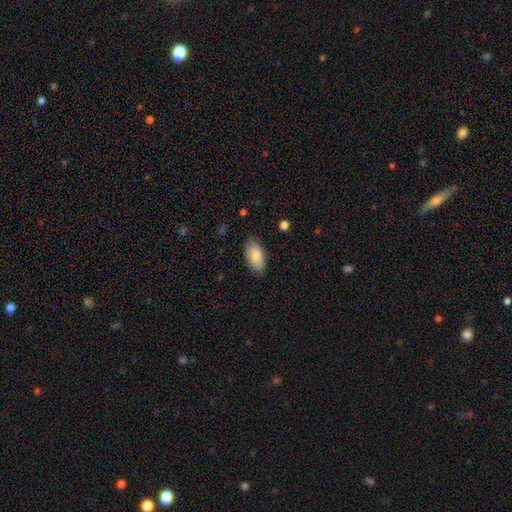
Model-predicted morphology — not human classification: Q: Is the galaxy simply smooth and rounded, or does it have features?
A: smooth — 84%.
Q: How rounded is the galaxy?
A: in between — 94%.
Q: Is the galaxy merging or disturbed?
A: none — 84%.